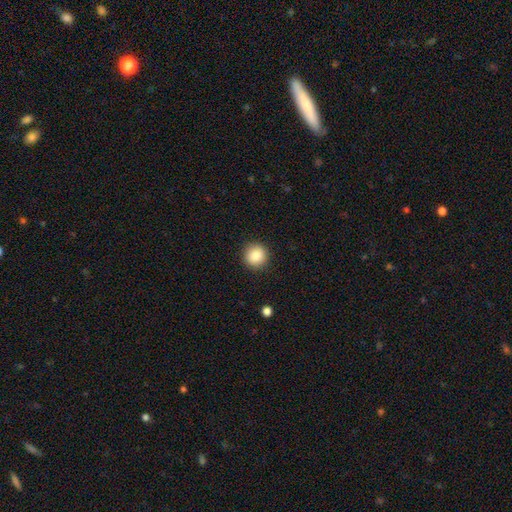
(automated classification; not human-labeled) A smooth galaxy with no disk features (87%) that is round (94%).

Vote fractions:
- Smooth or featured? smooth: 87% / star or artifact: 9% / featured or disk: 4%
- How rounded? round: 94% / in between: 5% / cigar-shaped: 1%
- Merging? none: 92% / minor disturbance: 6% / major disturbance: 2% / merger: 1%